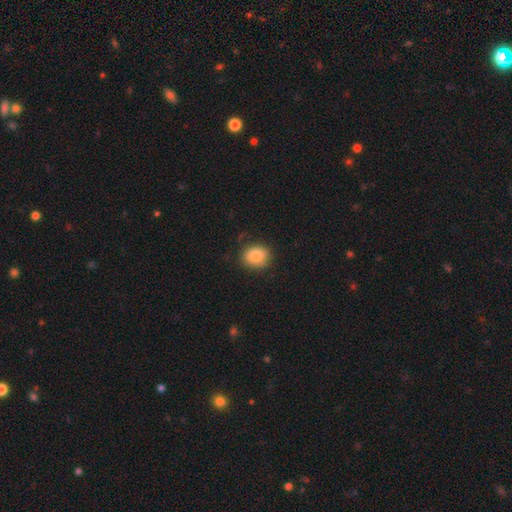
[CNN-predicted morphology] This appears to be a smooth galaxy with no disk features (86%) that is round (53%). Merging: none (76%).